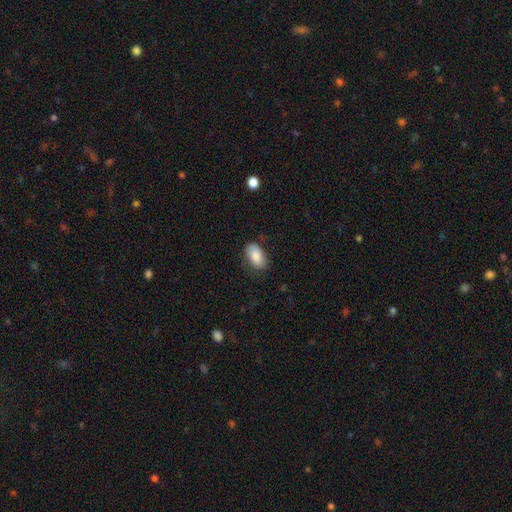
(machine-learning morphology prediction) smooth_or_featured: smooth (p=0.86) [alt: featured or disk p=0.08]
how_rounded: in between (p=0.93) [alt: round p=0.05]
merging: none (p=0.77) [alt: minor disturbance p=0.18]